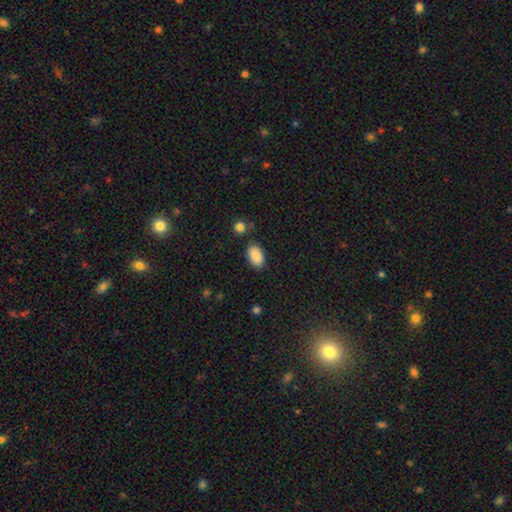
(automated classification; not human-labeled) Smooth or featured?
  - smooth: 89% *
  - star or artifact: 7%
  - featured or disk: 4%
How rounded?
  - in between: 93% *
  - round: 6%
  - cigar-shaped: 1%
Merging?
  - none: 82% *
  - minor disturbance: 12%
  - merger: 3%
  - major disturbance: 3%